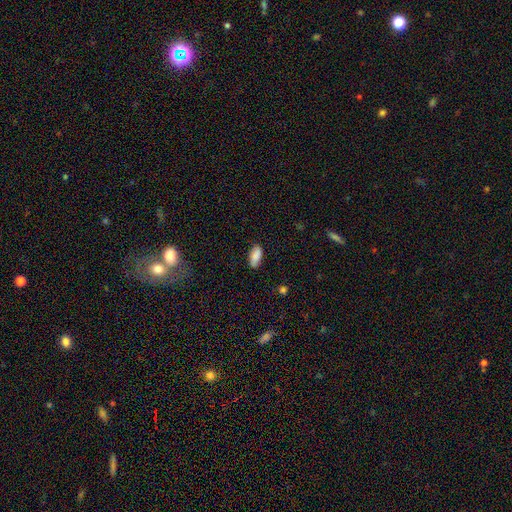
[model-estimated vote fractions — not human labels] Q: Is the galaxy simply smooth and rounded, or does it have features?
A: smooth — 88%.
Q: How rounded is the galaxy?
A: in between — 90%.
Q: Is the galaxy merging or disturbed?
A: none — 82%.